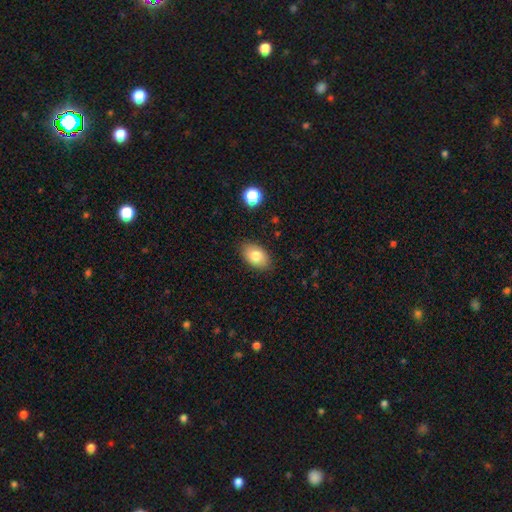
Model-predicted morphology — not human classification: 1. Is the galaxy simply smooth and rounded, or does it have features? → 81% smooth, 11% featured or disk, 8% star or artifact.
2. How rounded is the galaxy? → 90% in between, 9% round, 1% cigar-shaped.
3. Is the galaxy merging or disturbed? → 86% none, 11% minor disturbance, 2% major disturbance, 1% merger.